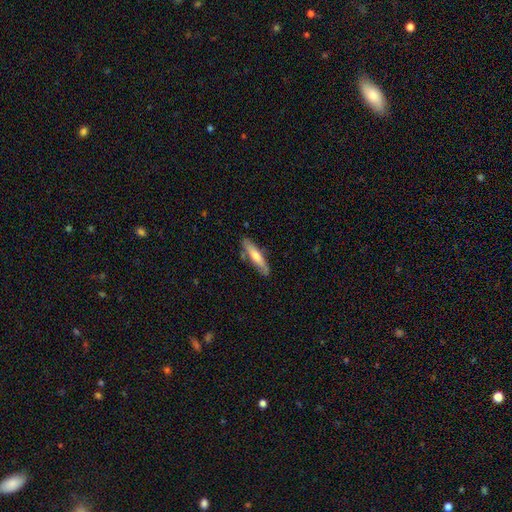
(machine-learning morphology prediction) Smooth or featured?
  - smooth: 54% *
  - featured or disk: 40%
  - star or artifact: 6%
How rounded?
  - cigar-shaped: 82% *
  - in between: 17%
  - round: 2%
Merging?
  - none: 80% *
  - minor disturbance: 15%
  - merger: 3%
  - major disturbance: 3%